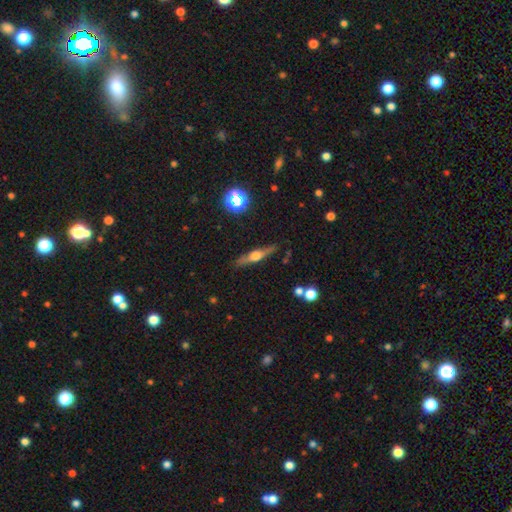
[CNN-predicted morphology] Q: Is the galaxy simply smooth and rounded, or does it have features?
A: featured or disk — 68%.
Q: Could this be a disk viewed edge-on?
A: yes — 96%.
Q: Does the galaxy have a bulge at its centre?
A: rounded — 91%.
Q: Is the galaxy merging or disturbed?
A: none — 87%.